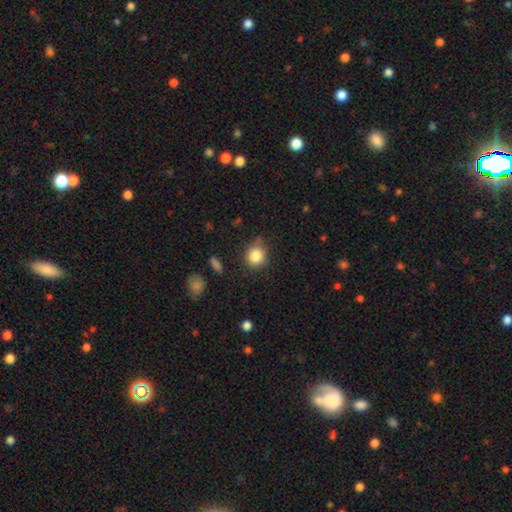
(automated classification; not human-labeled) Q: Smooth or featured?
A: smooth (84%); runner-up: star or artifact (10%)
Q: How rounded?
A: round (85%); runner-up: in between (14%)
Q: Merging?
A: none (75%); runner-up: minor disturbance (18%)